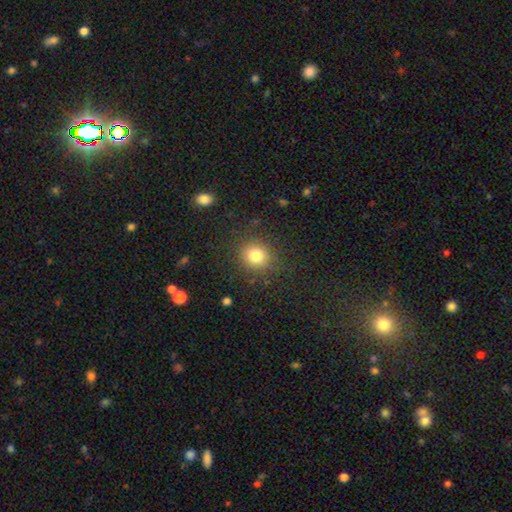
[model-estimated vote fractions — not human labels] A smooth galaxy with no disk features (80%) that is round (84%).

Vote fractions:
- Smooth or featured? smooth: 80% / star or artifact: 13% / featured or disk: 7%
- How rounded? round: 84% / in between: 15% / cigar-shaped: 1%
- Merging? none: 85% / minor disturbance: 9% / major disturbance: 4% / merger: 1%